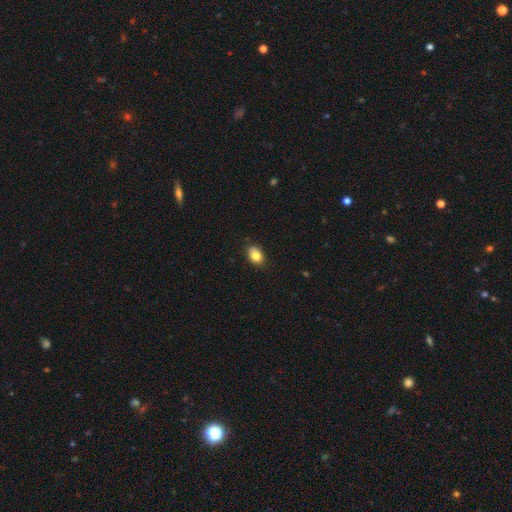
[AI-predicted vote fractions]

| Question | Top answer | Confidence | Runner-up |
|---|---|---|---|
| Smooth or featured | smooth | 82% | featured or disk (9%) |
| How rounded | in between | 77% | round (21%) |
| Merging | none | 82% | minor disturbance (14%) |